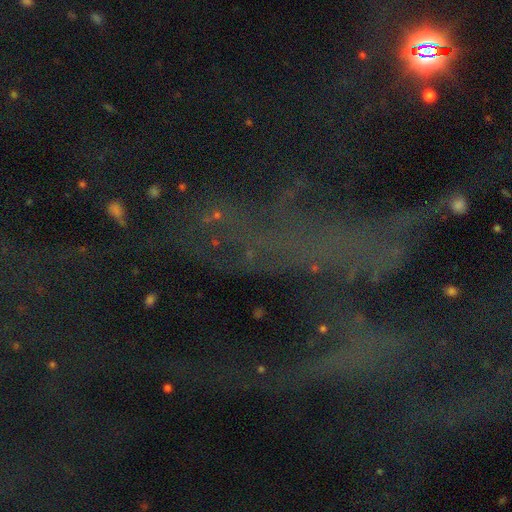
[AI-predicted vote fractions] star or artifact 72%, featured or disk 16%, smooth 13%.